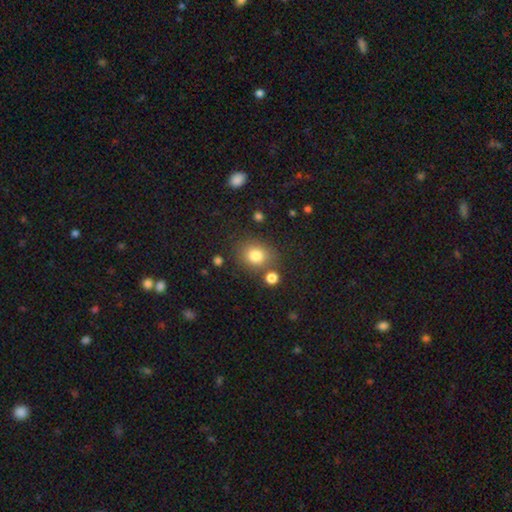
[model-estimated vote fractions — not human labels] The model was most divided on "how rounded": round: 69%, in between: 31%, cigar-shaped: 1%. More confident: smooth or featured — smooth (81%); merging — none (73%).